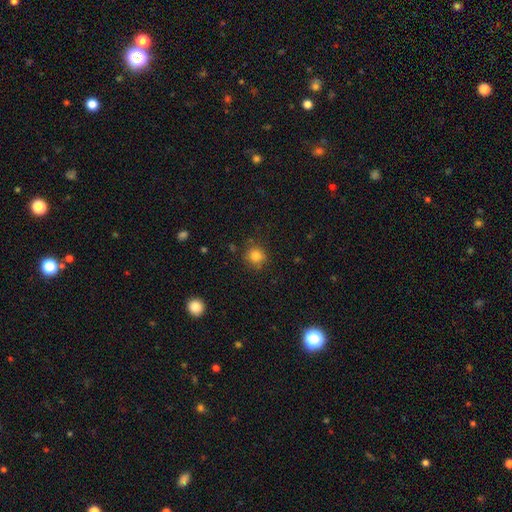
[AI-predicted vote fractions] smooth 82%, star or artifact 12%, featured or disk 6%. Down the decision tree: how rounded — round (89%); merging — none (83%).